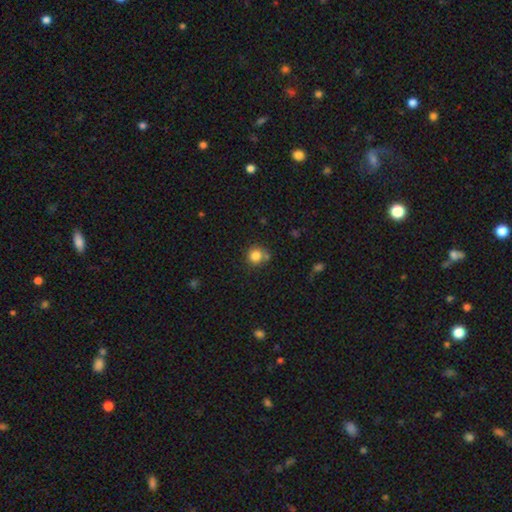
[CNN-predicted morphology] smooth-or-featured: smooth: 83% | star or artifact: 11% | featured or disk: 6%
  how-rounded: round: 90% | in between: 9% | cigar-shaped: 1%
  merging: none: 69% | minor disturbance: 14% | merger: 13% | major disturbance: 4%